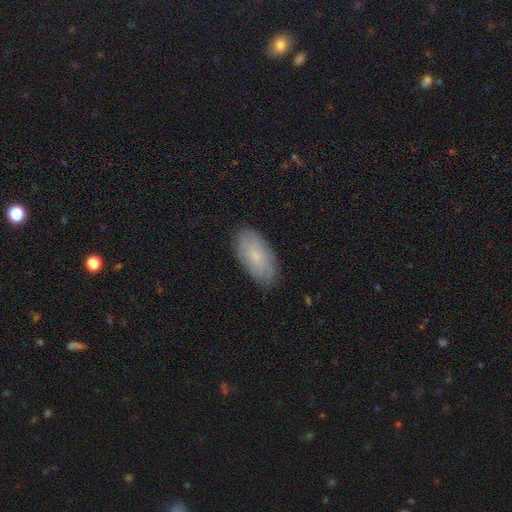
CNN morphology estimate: type=smooth (65%); roundness=in between (93%); merging=none (82%).